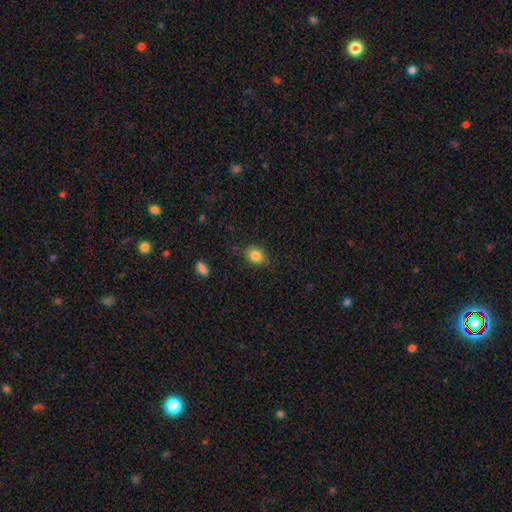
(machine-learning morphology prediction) A smooth galaxy with no disk features (83%) that is in between round and cigar-shaped (59%).

Vote fractions:
- Smooth or featured? smooth: 83% / star or artifact: 10% / featured or disk: 7%
- How rounded? in between: 59% / round: 40% / cigar-shaped: 1%
- Merging? none: 82% / minor disturbance: 14% / major disturbance: 3% / merger: 2%